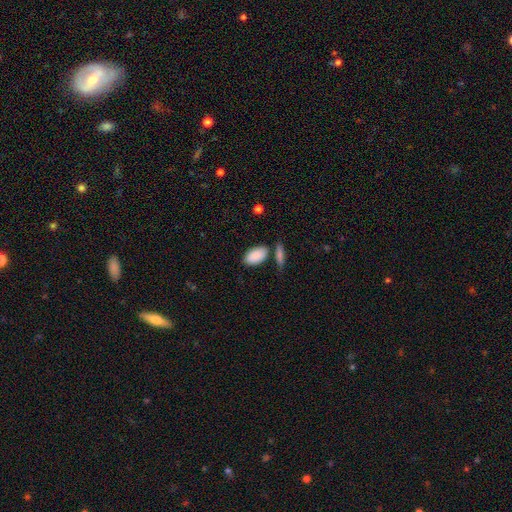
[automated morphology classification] Smooth or featured? Predicted: smooth (p=0.89). How rounded? Predicted: in between (p=0.94). Merging? Predicted: none (p=0.69).